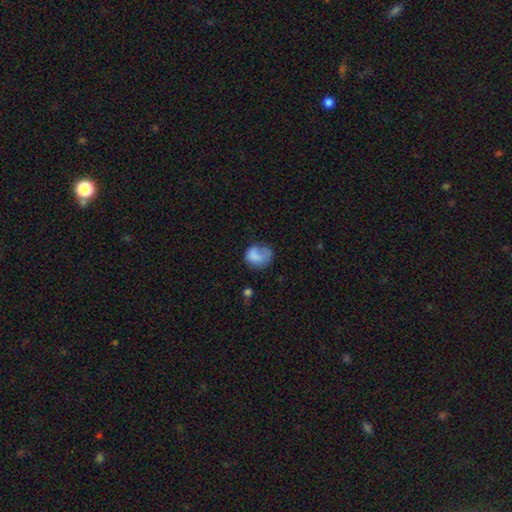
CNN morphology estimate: This is likely a smooth galaxy (74%). How rounded: possibly round (50%). Merging: marginally none (39%).